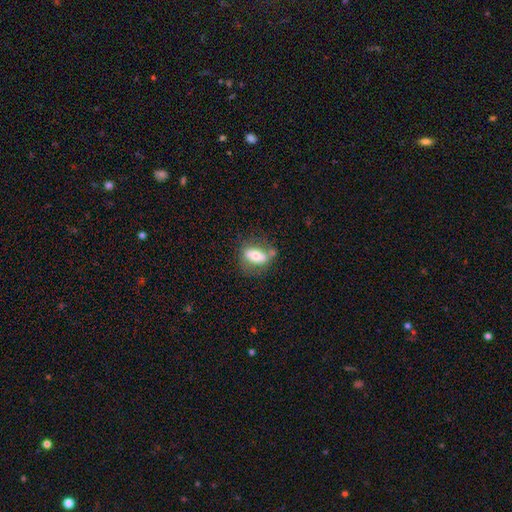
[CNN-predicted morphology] Smooth or featured?
  - smooth: 64% *
  - featured or disk: 29%
  - star or artifact: 8%
How rounded?
  - in between: 80% *
  - round: 11%
  - cigar-shaped: 8%
Merging?
  - none: 55% *
  - minor disturbance: 22%
  - merger: 12%
  - major disturbance: 10%